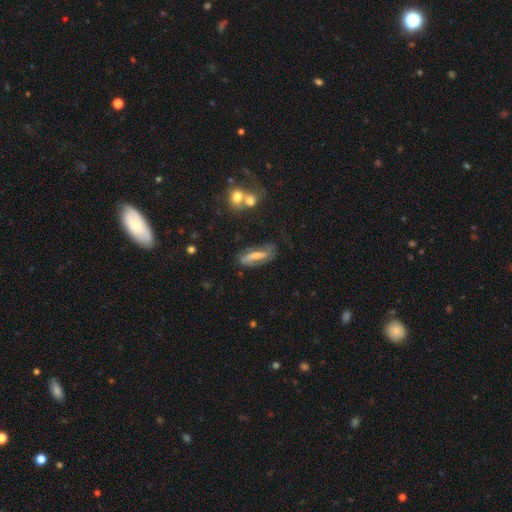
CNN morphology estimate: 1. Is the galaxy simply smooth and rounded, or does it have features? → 57% featured or disk, 35% smooth, 8% star or artifact.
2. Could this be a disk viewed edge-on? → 79% no, 21% yes.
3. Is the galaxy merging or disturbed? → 61% none, 23% minor disturbance, 12% major disturbance, 4% merger.